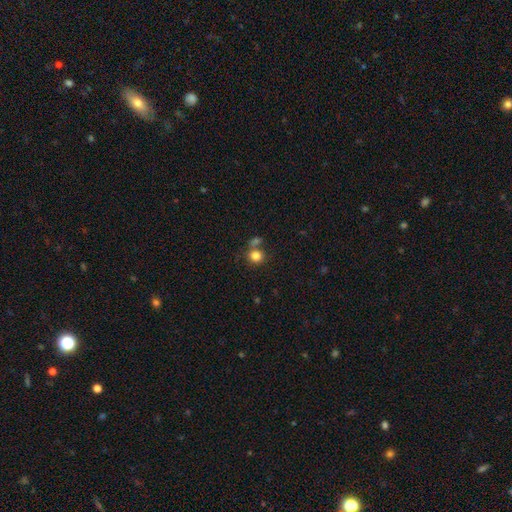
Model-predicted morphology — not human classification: Smooth or featured: smooth — 82% (star or artifact — 11%)
How rounded: round — 81% (in between — 18%)
Merging: none — 59% (merger — 26%)